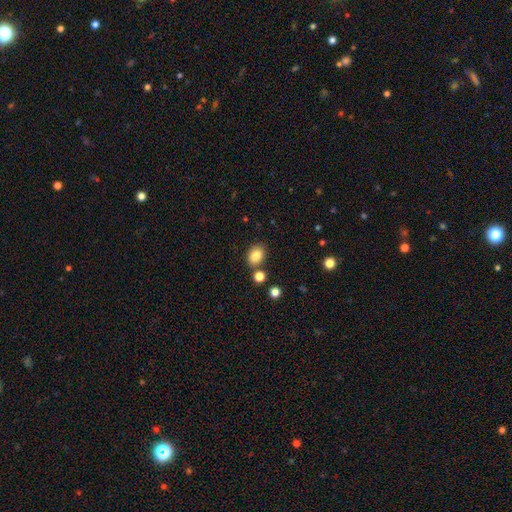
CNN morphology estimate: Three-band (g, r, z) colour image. It shows a smooth galaxy with no disk features (84%) that is in between round and cigar-shaped (68%). Merging: none (78%).